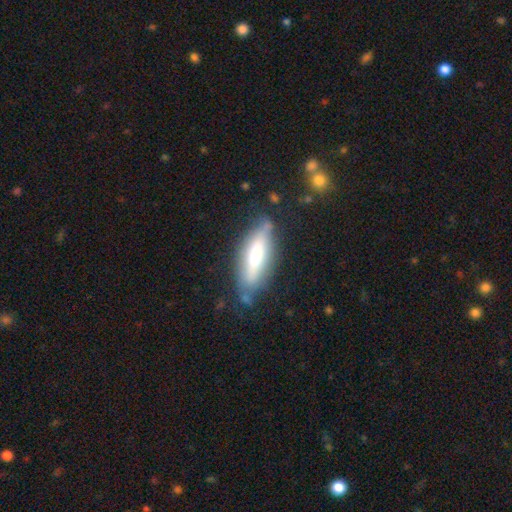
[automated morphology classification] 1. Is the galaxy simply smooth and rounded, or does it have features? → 55% smooth, 39% featured or disk, 7% star or artifact.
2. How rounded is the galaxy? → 56% cigar-shaped, 43% in between, 2% round.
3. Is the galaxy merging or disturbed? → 69% none, 21% minor disturbance, 6% major disturbance, 4% merger.